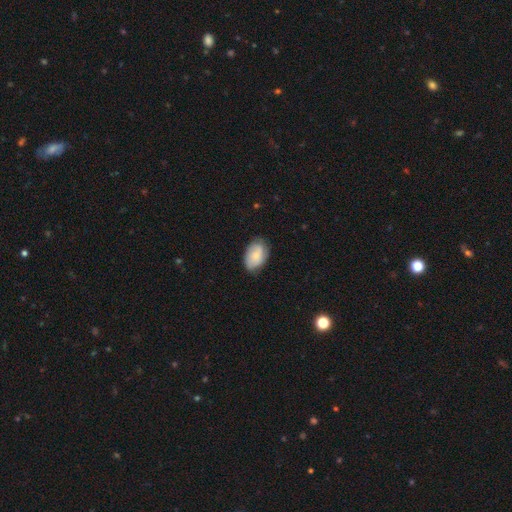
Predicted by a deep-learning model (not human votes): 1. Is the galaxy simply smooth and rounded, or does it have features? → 76% smooth, 17% featured or disk, 6% star or artifact.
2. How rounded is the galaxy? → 90% in between, 9% round, 1% cigar-shaped.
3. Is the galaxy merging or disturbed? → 74% none, 21% minor disturbance, 4% major disturbance, 1% merger.